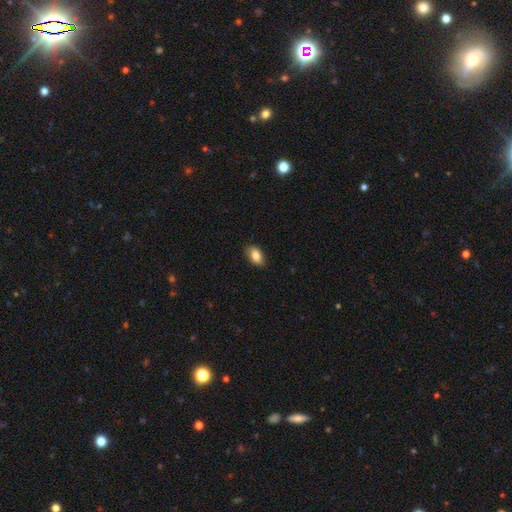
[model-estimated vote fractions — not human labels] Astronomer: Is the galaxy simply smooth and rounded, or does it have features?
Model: smooth — 83%.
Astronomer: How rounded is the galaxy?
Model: in between — 91%.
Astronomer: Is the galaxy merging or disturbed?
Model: none — 84%.